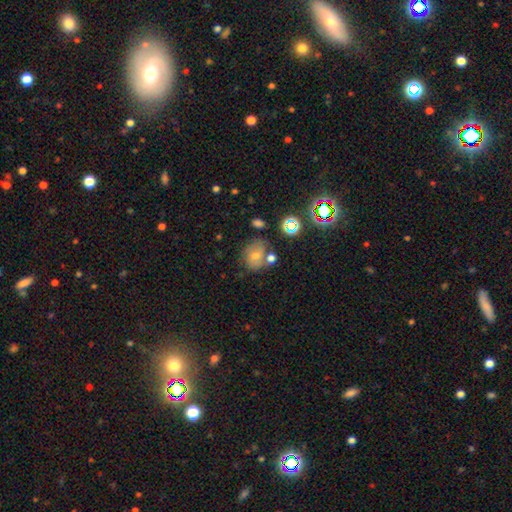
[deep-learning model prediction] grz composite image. It shows a smooth galaxy with no disk features (48%). Merging: none (62%).